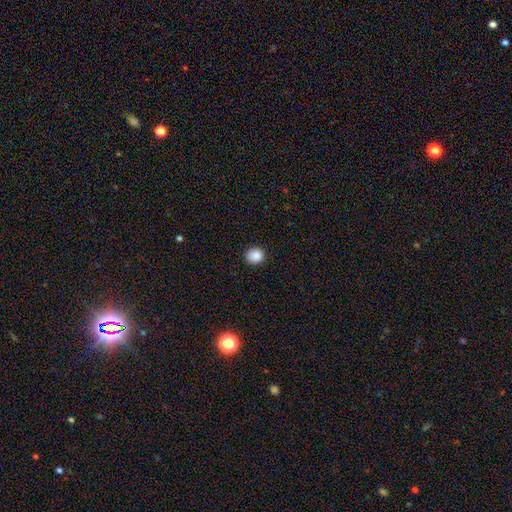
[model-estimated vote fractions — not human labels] smooth-or-featured: smooth: 87% | star or artifact: 10% | featured or disk: 3%
  how-rounded: round: 86% | in between: 13% | cigar-shaped: 1%
  merging: none: 91% | minor disturbance: 6% | major disturbance: 2% | merger: 1%